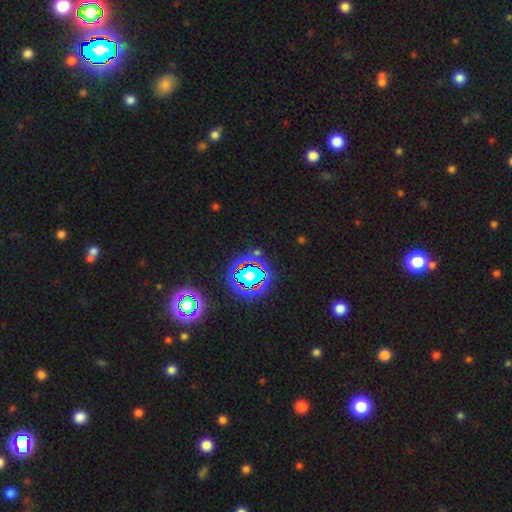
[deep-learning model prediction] Smooth or featured: star or artifact — 72% (smooth — 17%)